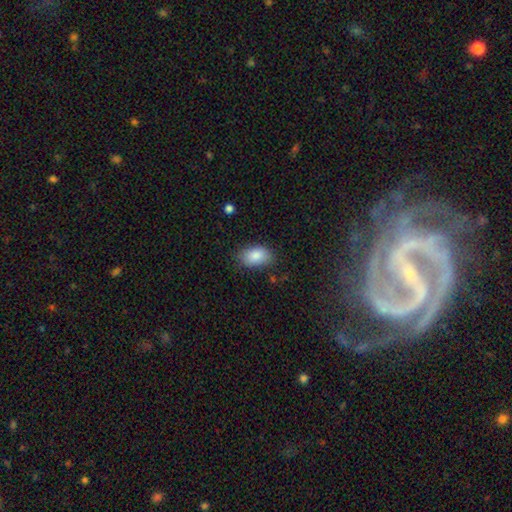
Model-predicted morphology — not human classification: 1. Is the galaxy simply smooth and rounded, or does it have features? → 86% smooth, 7% star or artifact, 6% featured or disk.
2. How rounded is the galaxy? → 90% in between, 8% round, 1% cigar-shaped.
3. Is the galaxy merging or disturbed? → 78% none, 16% minor disturbance, 4% major disturbance, 2% merger.